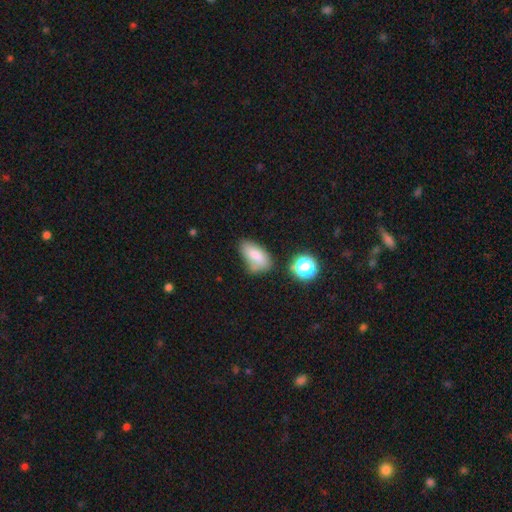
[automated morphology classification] Smooth or featured? smooth (74%)
How rounded? in between (90%)
Merging? none (51%)